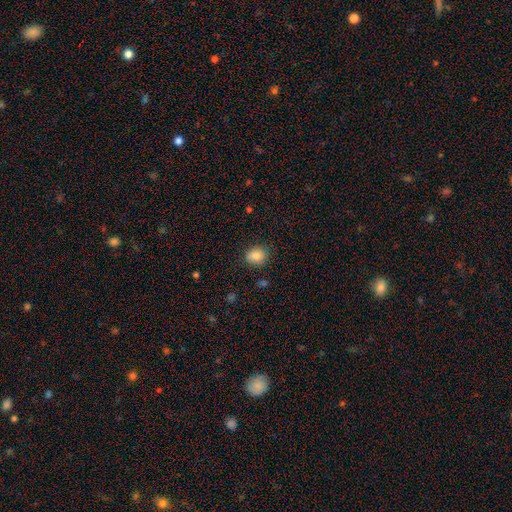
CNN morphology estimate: Smooth or featured? Predicted: smooth (p=0.83). How rounded? Predicted: round (p=0.61). Merging? Predicted: none (p=0.83).